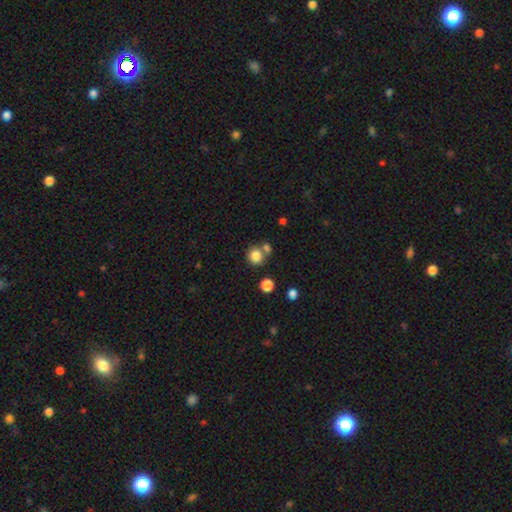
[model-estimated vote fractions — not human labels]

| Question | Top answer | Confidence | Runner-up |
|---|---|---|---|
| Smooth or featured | smooth | 82% | star or artifact (11%) |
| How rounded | round | 88% | in between (12%) |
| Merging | none | 64% | merger (24%) |